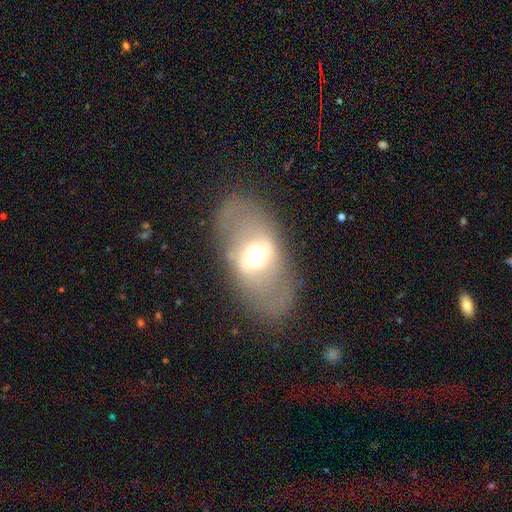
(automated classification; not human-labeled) Smooth or featured? featured or disk (52%)
Edge-on disk? no (81%)
Merging? none (74%)